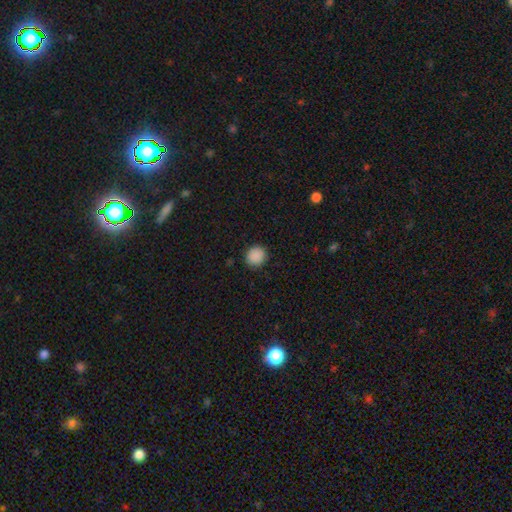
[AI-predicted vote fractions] smooth 89%, star or artifact 9%, featured or disk 2%. Down the decision tree: how rounded — round (87%); merging — none (90%).